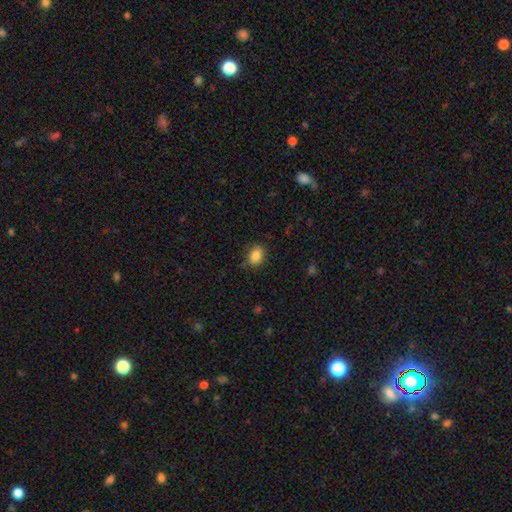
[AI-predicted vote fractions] Smooth or featured? Predicted: smooth (p=0.86). How rounded? Predicted: in between (p=0.63). Merging? Predicted: none (p=0.81).